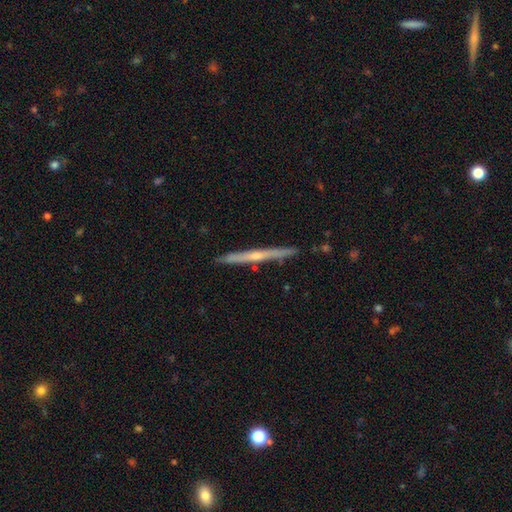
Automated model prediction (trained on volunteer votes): The model was most divided on "edge-on bulge": rounded: 59%, none: 38%, boxy: 3%. More confident: edge-on disk — yes (98%); merging — none (90%); smooth or featured — featured or disk (69%).